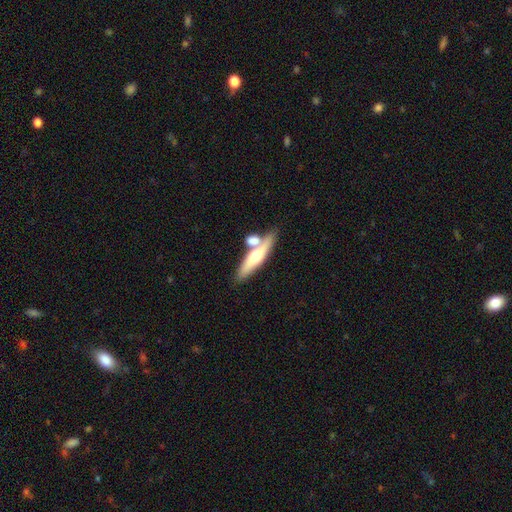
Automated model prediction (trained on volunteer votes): This appears to be a featured or disk galaxy (48%). Merging: none (48%).